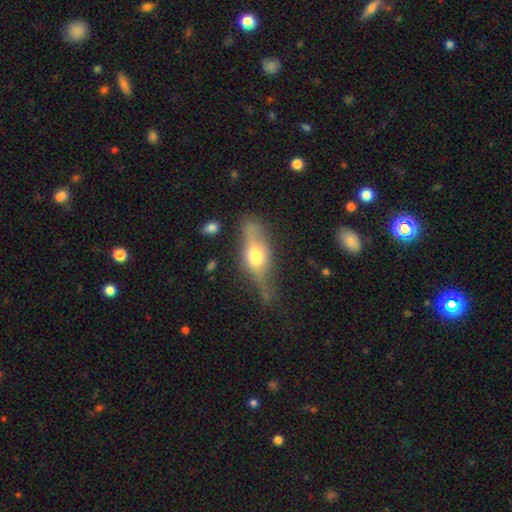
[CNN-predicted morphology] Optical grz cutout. It shows a featured or disk galaxy (55%) viewed edge-on (79%). Merging: none (57%).